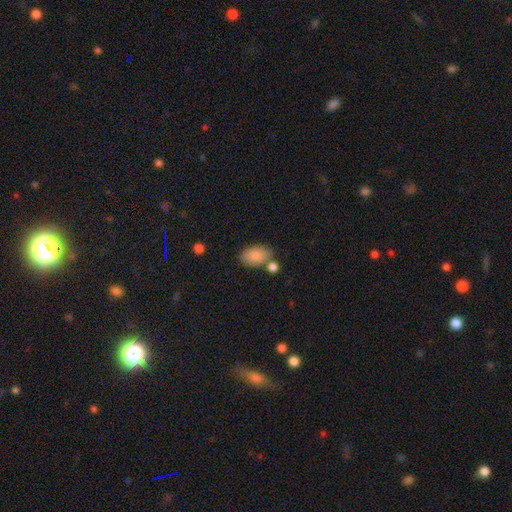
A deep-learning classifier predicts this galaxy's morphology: Q: Smooth or featured?
A: smooth (86%); runner-up: star or artifact (7%)
Q: How rounded?
A: in between (91%); runner-up: round (7%)
Q: Merging?
A: none (67%); runner-up: minor disturbance (16%)